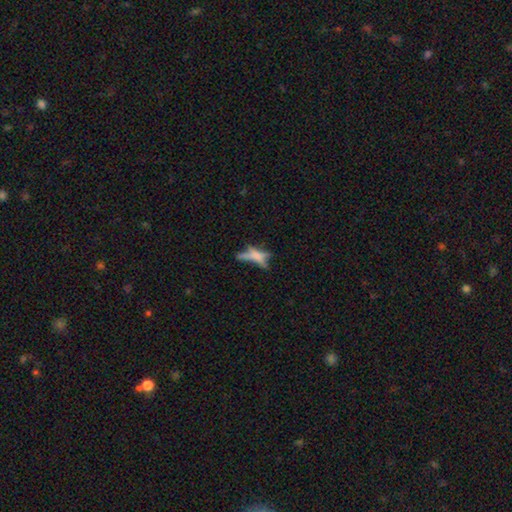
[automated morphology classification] A smooth galaxy with no disk features (47%). Merging: none (44%).